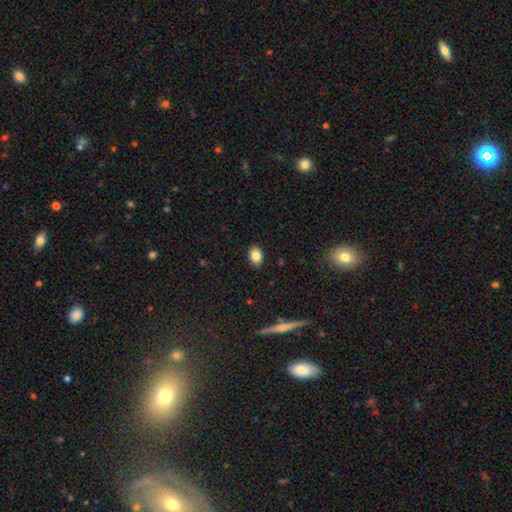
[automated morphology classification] This appears to be a smooth galaxy with no disk features (83%) that is in between round and cigar-shaped (70%). Merging: none (88%).